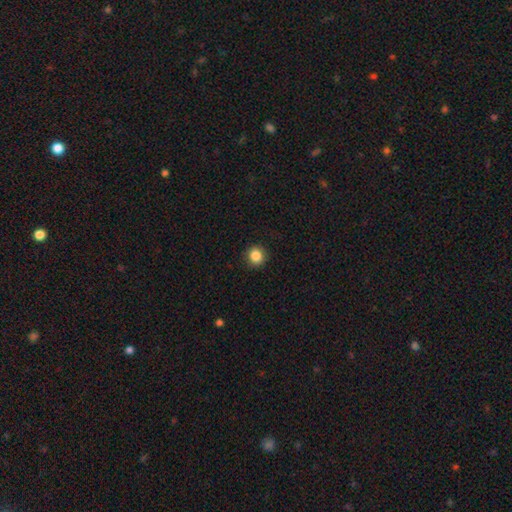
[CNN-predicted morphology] Smooth or featured: smooth — 86% (star or artifact — 10%)
How rounded: round — 89% (in between — 10%)
Merging: none — 90% (minor disturbance — 7%)